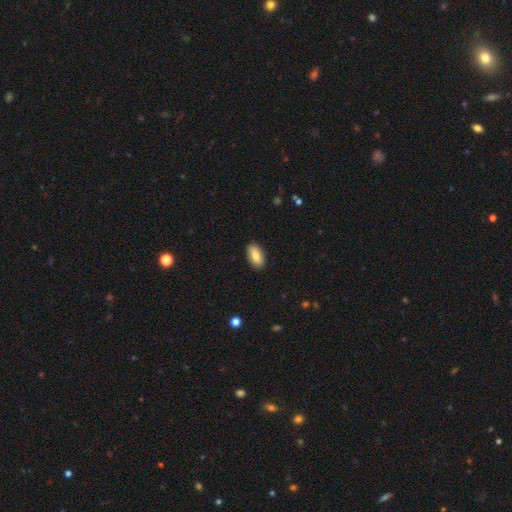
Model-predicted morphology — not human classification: Smooth or featured?
  - smooth: 77% *
  - featured or disk: 17%
  - star or artifact: 6%
How rounded?
  - in between: 90% *
  - cigar-shaped: 7%
  - round: 3%
Merging?
  - none: 88% *
  - minor disturbance: 9%
  - major disturbance: 2%
  - merger: 1%